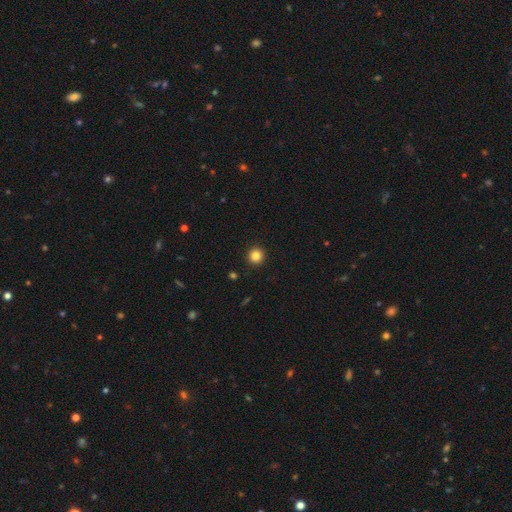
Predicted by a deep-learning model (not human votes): Smooth or featured? Predicted: smooth (p=0.85). How rounded? Predicted: round (p=0.95). Merging? Predicted: none (p=0.93).